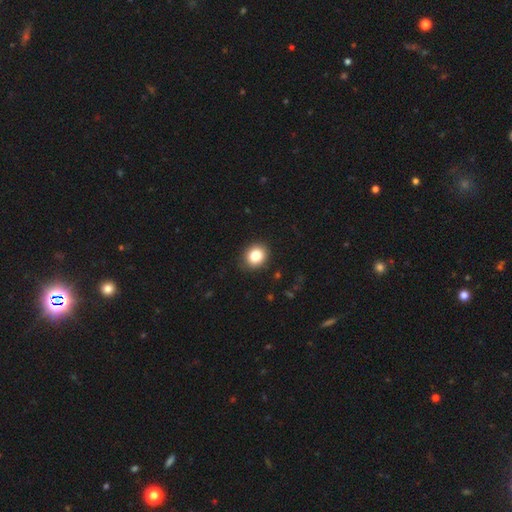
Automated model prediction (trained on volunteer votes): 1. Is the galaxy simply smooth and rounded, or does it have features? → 84% smooth, 9% star or artifact, 7% featured or disk.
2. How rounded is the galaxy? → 65% round, 34% in between, 1% cigar-shaped.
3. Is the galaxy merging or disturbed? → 89% none, 8% minor disturbance, 2% major disturbance, 1% merger.